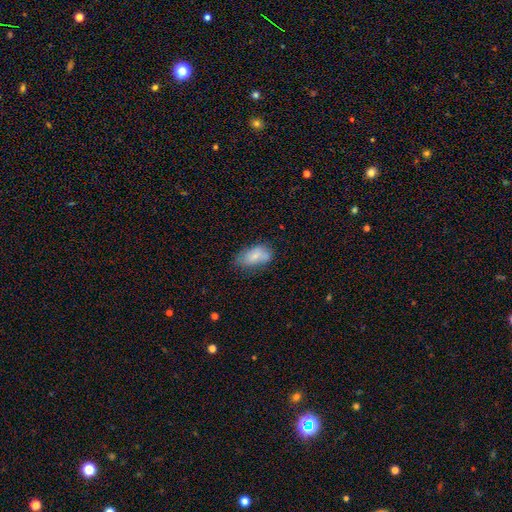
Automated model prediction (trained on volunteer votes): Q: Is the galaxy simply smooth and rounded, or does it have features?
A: smooth — 74%.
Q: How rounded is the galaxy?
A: in between — 92%.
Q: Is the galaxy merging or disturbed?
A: none — 57%.